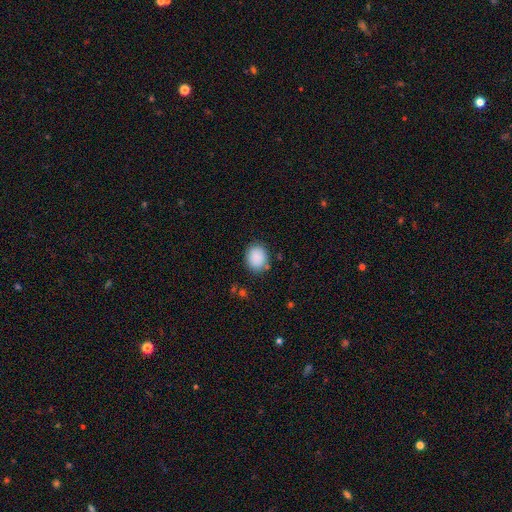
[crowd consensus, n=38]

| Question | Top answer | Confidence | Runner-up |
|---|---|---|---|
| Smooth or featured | smooth | 89% | star or artifact (8%) |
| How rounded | round | 74% | in between (26%) |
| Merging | none | 91% | minor disturbance (6%) |